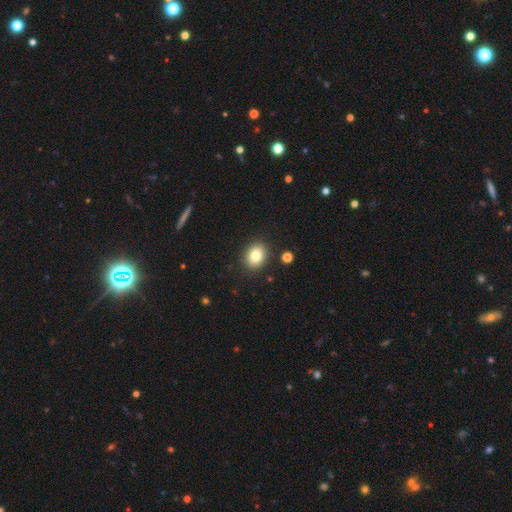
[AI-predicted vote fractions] The model was most divided on "how rounded": in between: 57%, round: 42%, cigar-shaped: 1%. More confident: merging — none (88%); smooth or featured — smooth (81%).